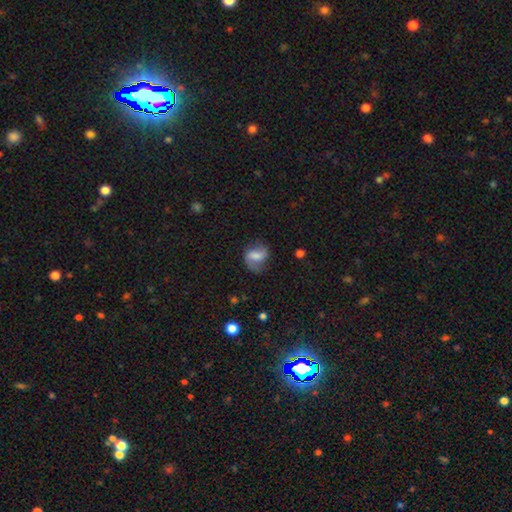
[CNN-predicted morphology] smooth_or_featured: featured or disk (p=0.50) [alt: smooth p=0.41]
disk_edge_on: no (p=0.97) [alt: yes p=0.03]
merging: none (p=0.60) [alt: minor disturbance p=0.24]